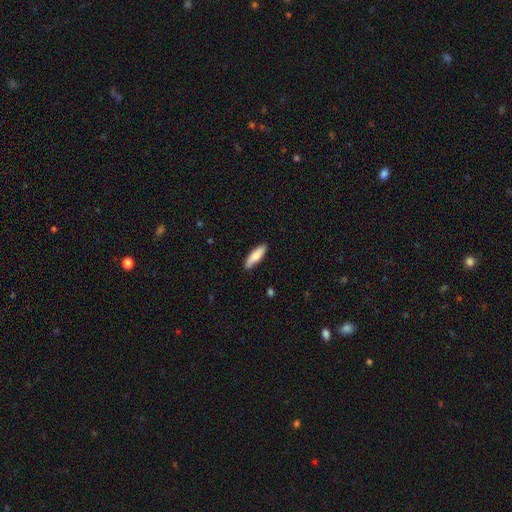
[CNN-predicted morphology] smooth-or-featured: smooth: 77% | featured or disk: 18% | star or artifact: 6%
  how-rounded: cigar-shaped: 59% | in between: 39% | round: 2%
  merging: none: 85% | minor disturbance: 12% | major disturbance: 2% | merger: 1%